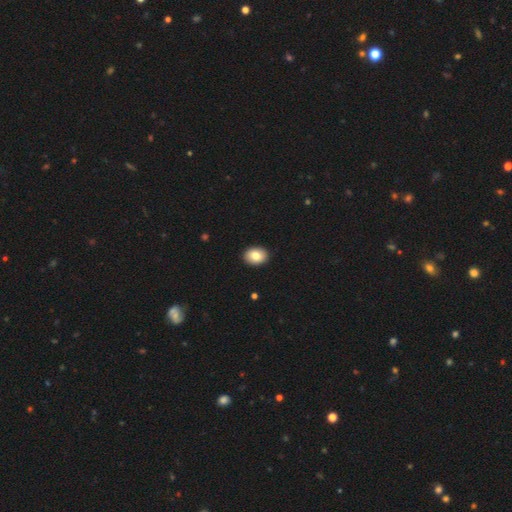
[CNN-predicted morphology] The model was most divided on "how rounded": in between: 70%, round: 29%, cigar-shaped: 1%. More confident: merging — none (92%); smooth or featured — smooth (83%).